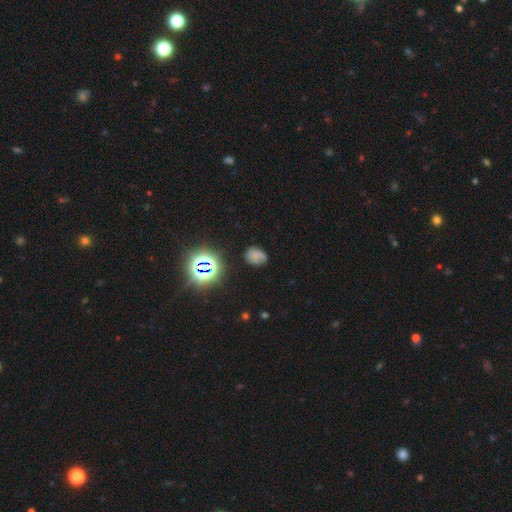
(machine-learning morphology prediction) A smooth galaxy with no disk features (59%) that is in between round and cigar-shaped (65%).

Vote fractions:
- Smooth or featured? smooth: 59% / star or artifact: 25% / featured or disk: 16%
- How rounded? in between: 65% / round: 34% / cigar-shaped: 1%
- Merging? none: 66% / minor disturbance: 24% / major disturbance: 8% / merger: 3%